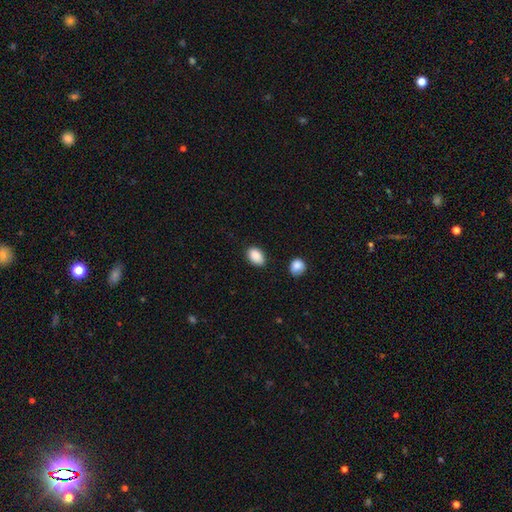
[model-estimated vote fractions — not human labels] smooth-or-featured: smooth: 88% | star or artifact: 8% | featured or disk: 4%
  how-rounded: in between: 84% | round: 15% | cigar-shaped: 1%
  merging: none: 80% | minor disturbance: 14% | merger: 3% | major disturbance: 3%